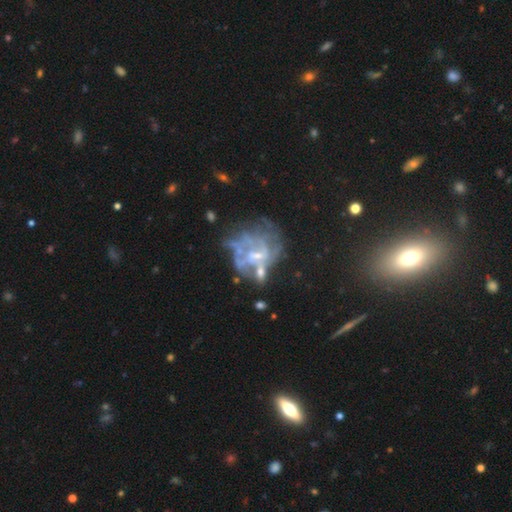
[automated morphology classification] Smooth or featured: featured or disk — 73% (smooth — 14%)
Edge-on disk: no — 98% (yes — 2%)
Bar: no — 56% (weak — 35%)
Spiral arms: yes — 51% (no — 49%)
Bulge size: small — 50% (moderate — 24%)
Merging: none — 34% (major disturbance — 31%)